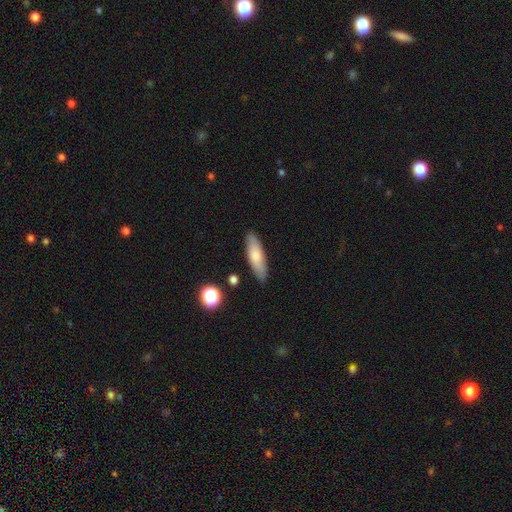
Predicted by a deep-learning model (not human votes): Smooth or featured? Predicted: smooth (p=0.72). How rounded? Predicted: cigar-shaped (p=0.58). Merging? Predicted: none (p=0.85).